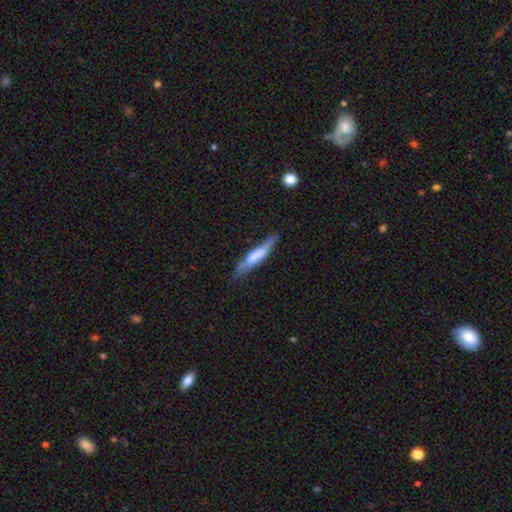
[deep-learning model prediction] This is possibly a smooth galaxy (58%). How rounded: clearly cigar-shaped (86%). Merging: likely none (72%).